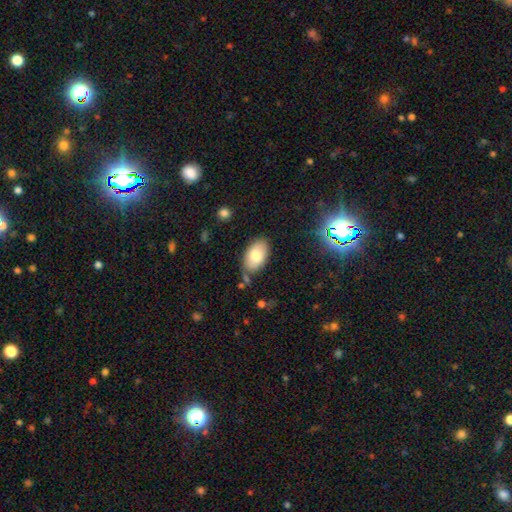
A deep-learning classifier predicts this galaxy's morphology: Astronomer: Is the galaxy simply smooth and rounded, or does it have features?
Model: smooth — 77%.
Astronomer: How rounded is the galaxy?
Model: in between — 94%.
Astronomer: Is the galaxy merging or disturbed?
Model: none — 76%.